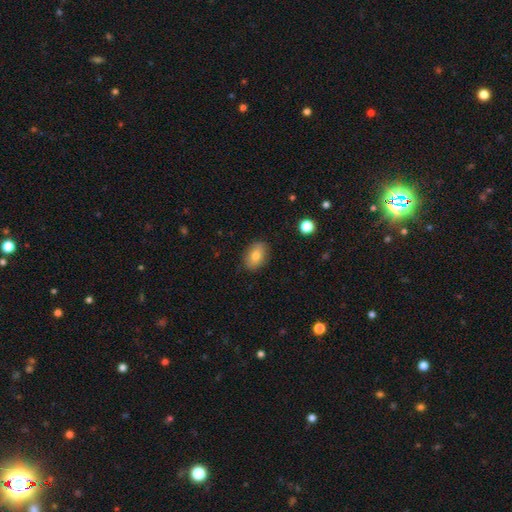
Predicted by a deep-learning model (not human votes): smooth-or-featured: smooth: 76% | featured or disk: 15% | star or artifact: 9%
  how-rounded: in between: 81% | round: 17% | cigar-shaped: 2%
  merging: none: 85% | minor disturbance: 12% | major disturbance: 3% | merger: 1%